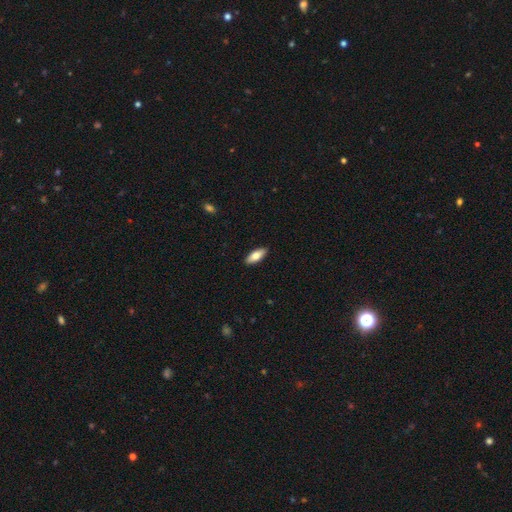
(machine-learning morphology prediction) Overall: smooth (77%). How rounded: in between (76%). Merging: none (90%).